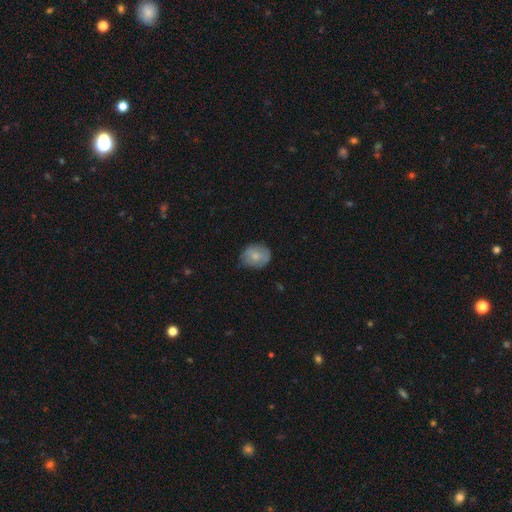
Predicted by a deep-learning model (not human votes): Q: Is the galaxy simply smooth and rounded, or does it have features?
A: smooth — 69%.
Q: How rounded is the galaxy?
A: round — 57%.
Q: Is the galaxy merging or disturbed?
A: none — 64%.